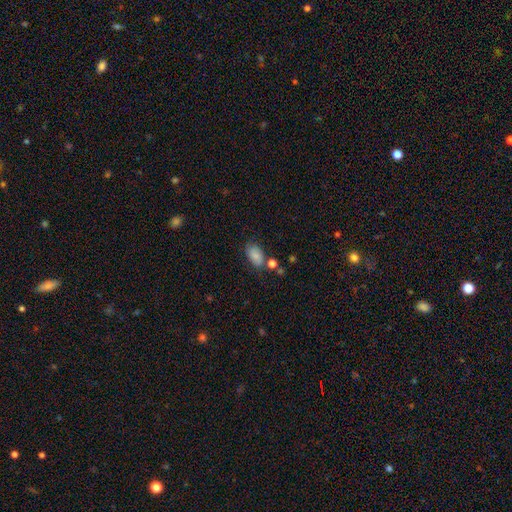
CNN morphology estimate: type=smooth (80%); roundness=in between (89%); merging=none (61%).